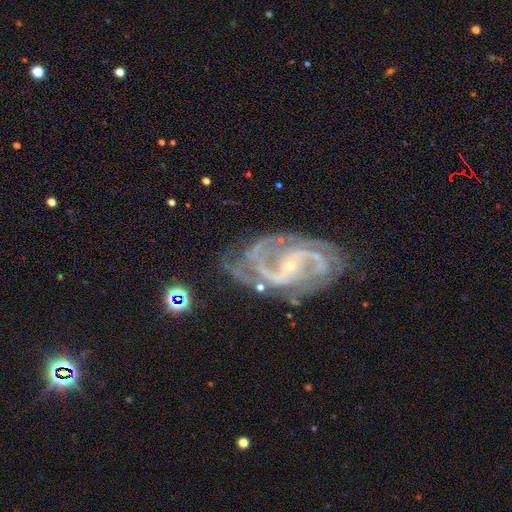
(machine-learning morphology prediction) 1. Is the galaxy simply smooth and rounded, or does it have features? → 90% featured or disk, 6% star or artifact, 4% smooth.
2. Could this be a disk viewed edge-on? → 97% no, 3% yes.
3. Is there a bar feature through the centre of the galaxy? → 43% no, 33% weak, 24% strong.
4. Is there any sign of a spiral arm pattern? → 97% yes, 3% no.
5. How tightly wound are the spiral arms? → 52% medium, 31% tight, 18% loose.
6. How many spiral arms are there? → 63% 2, 12% 3, 10% can't tell, 5% 4, 5% 1, 5% more than 4.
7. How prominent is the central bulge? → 86% small, 10% moderate, 2% none, 1% large, 1% dominant.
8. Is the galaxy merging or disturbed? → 61% none, 22% minor disturbance, 14% major disturbance, 3% merger.